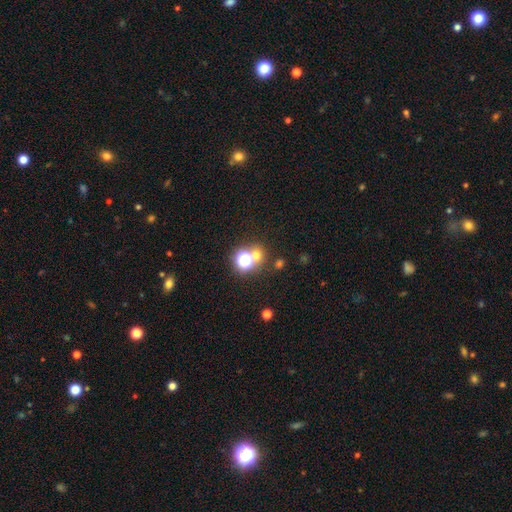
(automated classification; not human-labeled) Smooth or featured? Predicted: smooth (p=0.55). How rounded? Predicted: round (p=0.83). Merging? Predicted: none (p=0.65).